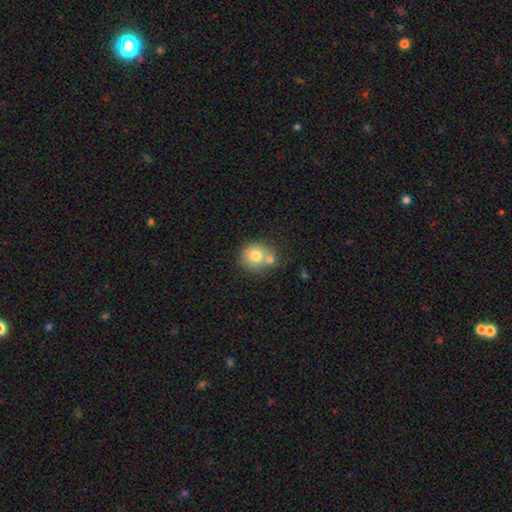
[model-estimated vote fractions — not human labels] Q: Smooth or featured?
A: smooth (75%); runner-up: featured or disk (15%)
Q: How rounded?
A: round (83%); runner-up: in between (16%)
Q: Merging?
A: none (47%); runner-up: merger (37%)